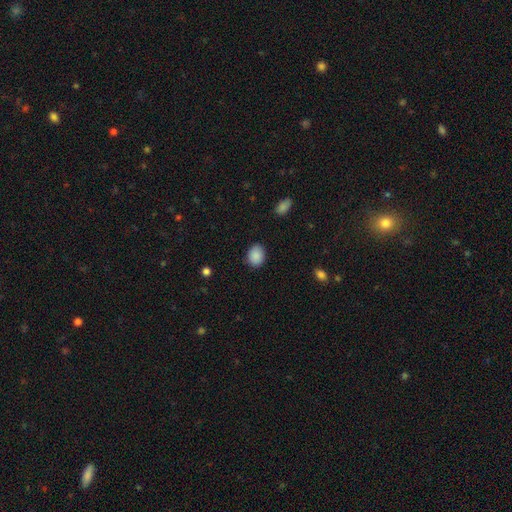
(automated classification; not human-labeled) Smooth or featured: smooth — 89% (star or artifact — 8%)
How rounded: in between — 55% (round — 44%)
Merging: none — 86% (minor disturbance — 11%)